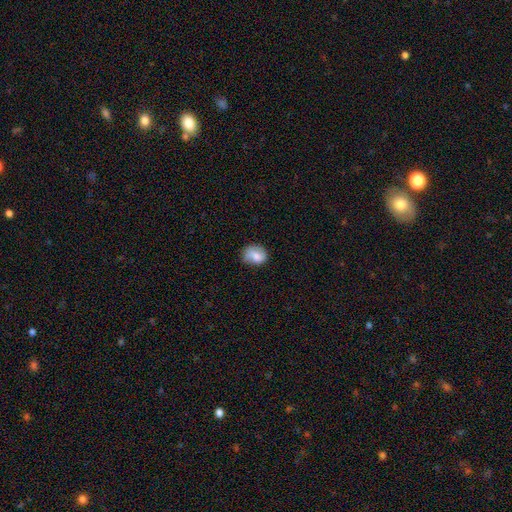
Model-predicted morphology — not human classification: Smooth or featured: smooth — 78% (featured or disk — 14%)
How rounded: round — 55% (in between — 44%)
Merging: none — 63% (minor disturbance — 29%)